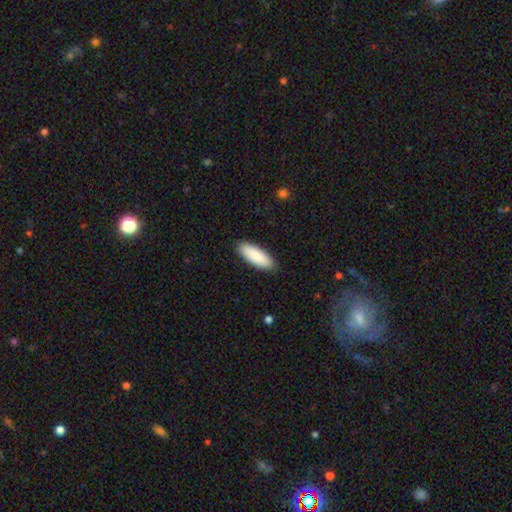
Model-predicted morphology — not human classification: type=smooth (89%); roundness=in between (64%); merging=none (89%).